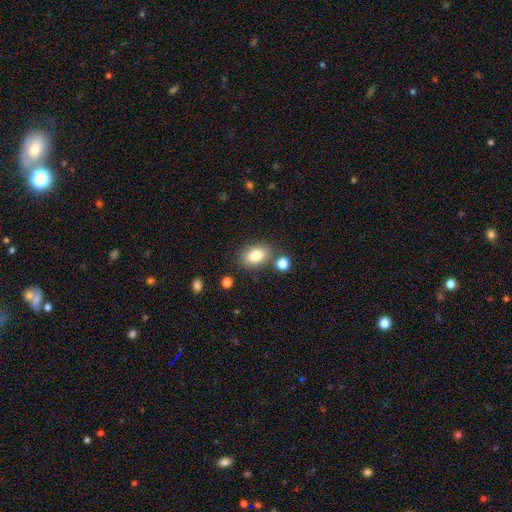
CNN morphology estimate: This appears to be a smooth galaxy with no disk features (81%) that is in between round and cigar-shaped (82%). Merging: none (78%).